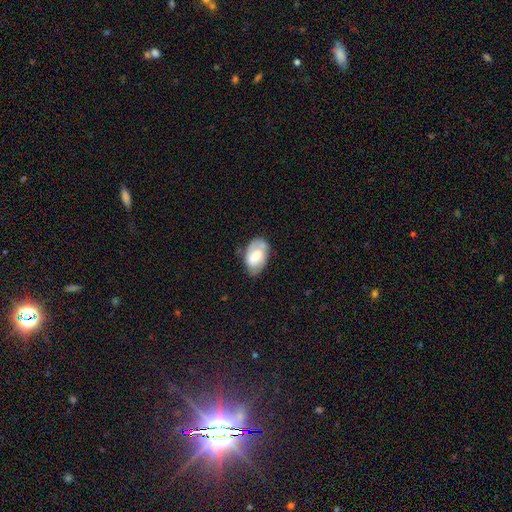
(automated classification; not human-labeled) Morphology: type=featured or disk (49%); merging=none (67%).